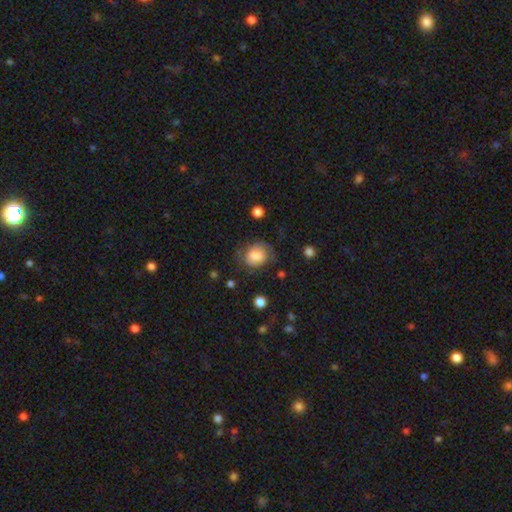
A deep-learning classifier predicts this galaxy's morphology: Q: Smooth or featured?
A: smooth (68%); runner-up: featured or disk (24%)
Q: How rounded?
A: round (54%); runner-up: in between (45%)
Q: Merging?
A: none (58%); runner-up: minor disturbance (25%)